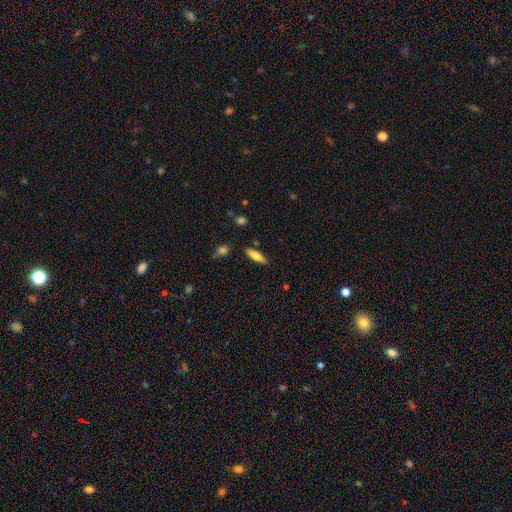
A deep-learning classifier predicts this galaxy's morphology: A smooth galaxy with no disk features (69%) that is cigar-shaped (57%). Merging: none (85%).